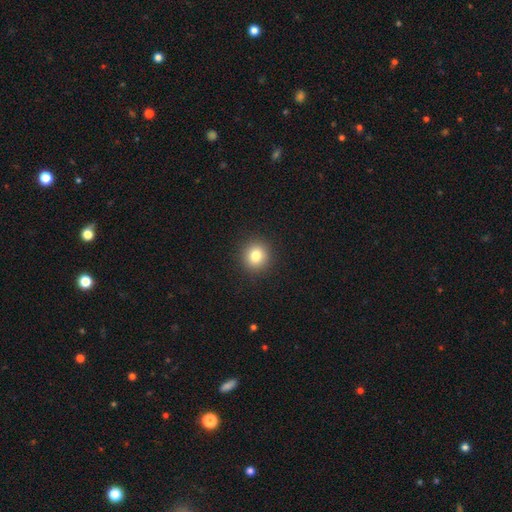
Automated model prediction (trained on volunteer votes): Smooth or featured: smooth — 81% (star or artifact — 11%)
How rounded: round — 91% (in between — 8%)
Merging: none — 92% (minor disturbance — 5%)